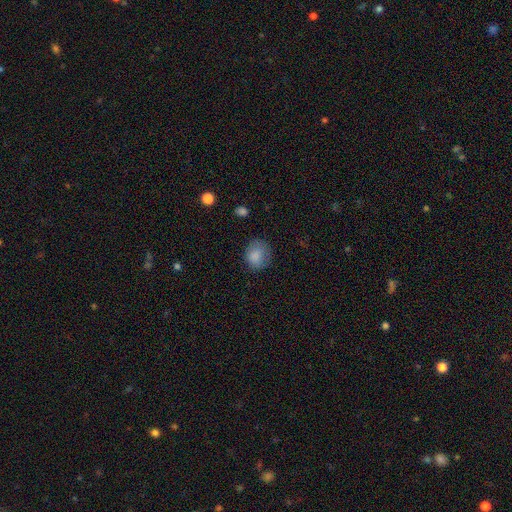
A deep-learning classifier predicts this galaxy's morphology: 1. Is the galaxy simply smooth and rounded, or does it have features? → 84% smooth, 9% star or artifact, 7% featured or disk.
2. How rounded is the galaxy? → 65% round, 34% in between, 1% cigar-shaped.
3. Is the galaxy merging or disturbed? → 68% none, 22% minor disturbance, 8% major disturbance, 1% merger.